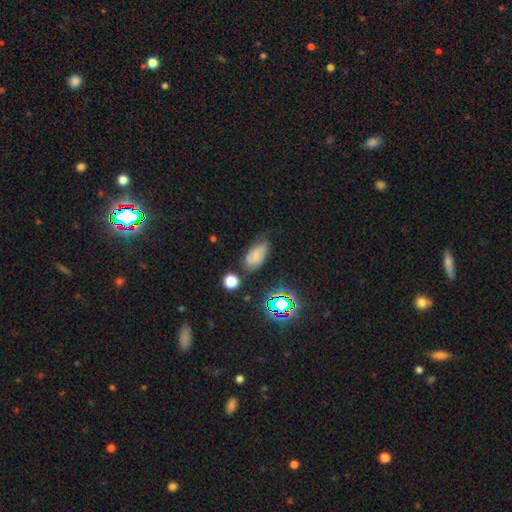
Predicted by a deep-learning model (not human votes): A smooth galaxy with no disk features (54%) that is in between round and cigar-shaped (89%).

Vote fractions:
- Smooth or featured? smooth: 54% / featured or disk: 28% / star or artifact: 17%
- How rounded? in between: 89% / round: 7% / cigar-shaped: 4%
- Merging? none: 64% / minor disturbance: 24% / major disturbance: 7% / merger: 5%